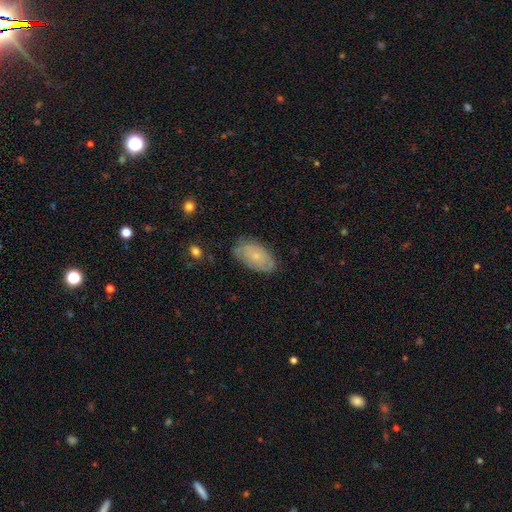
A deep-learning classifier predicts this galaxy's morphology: Smooth or featured? smooth (55%)
How rounded? in between (93%)
Merging? none (72%)